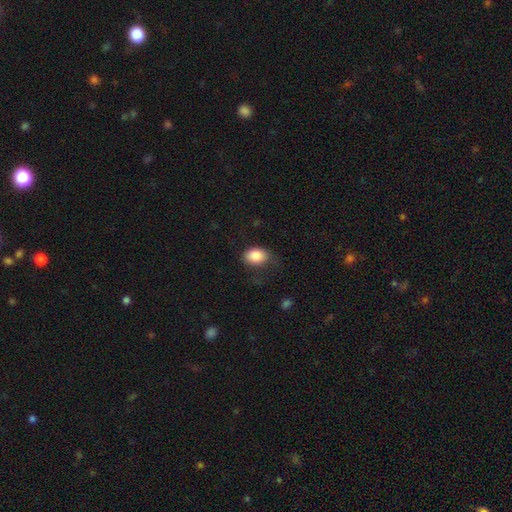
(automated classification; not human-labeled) A smooth galaxy with no disk features (85%) that is in between round and cigar-shaped (78%). Merging: none (63%).